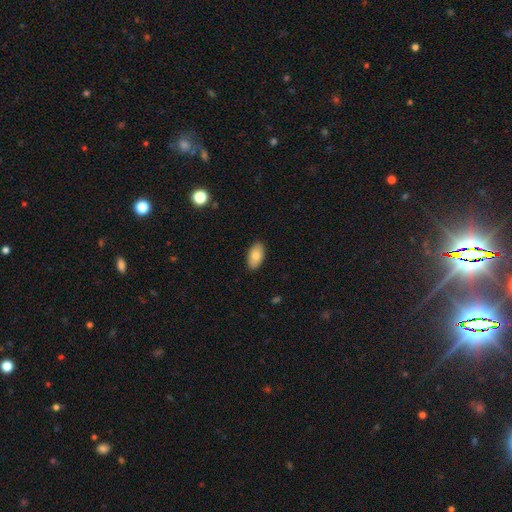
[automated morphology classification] Smooth or featured?
  - smooth: 82% *
  - featured or disk: 11%
  - star or artifact: 7%
How rounded?
  - in between: 94% *
  - round: 3%
  - cigar-shaped: 3%
Merging?
  - none: 89% *
  - minor disturbance: 9%
  - major disturbance: 2%
  - merger: 1%